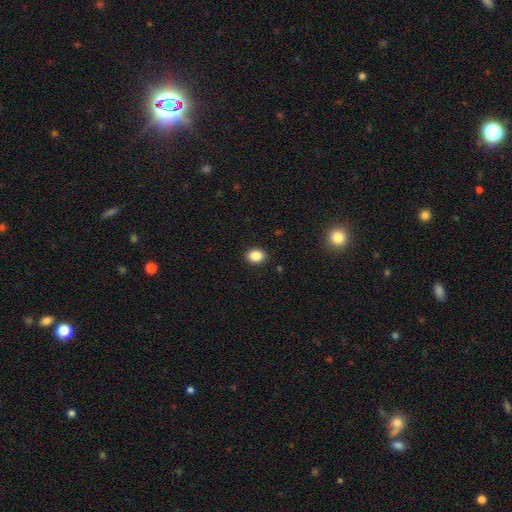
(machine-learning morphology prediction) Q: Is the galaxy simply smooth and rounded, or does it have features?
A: smooth — 86%.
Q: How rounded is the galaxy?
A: in between — 68%.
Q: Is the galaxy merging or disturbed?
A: none — 90%.